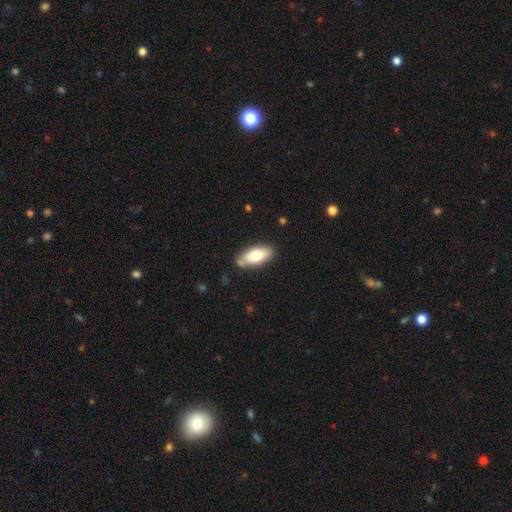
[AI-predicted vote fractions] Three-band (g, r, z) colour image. It shows a smooth galaxy with no disk features (72%) that is in between round and cigar-shaped (89%). Merging: none (80%).